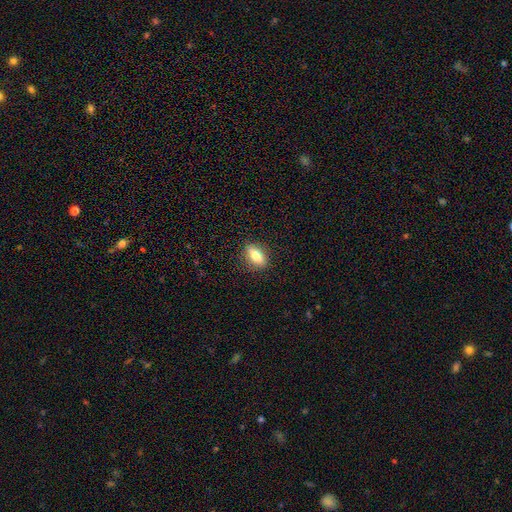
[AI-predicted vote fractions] Morphology: type=smooth (75%); roundness=in between (78%); merging=none (87%).